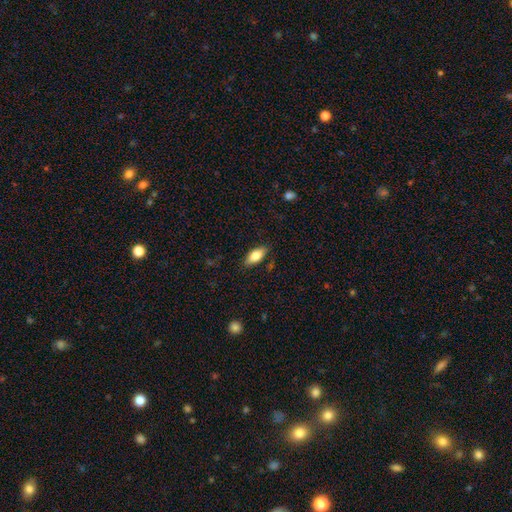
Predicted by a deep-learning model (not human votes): Overall: smooth (77%). How rounded: in between (85%). Merging: none (85%).